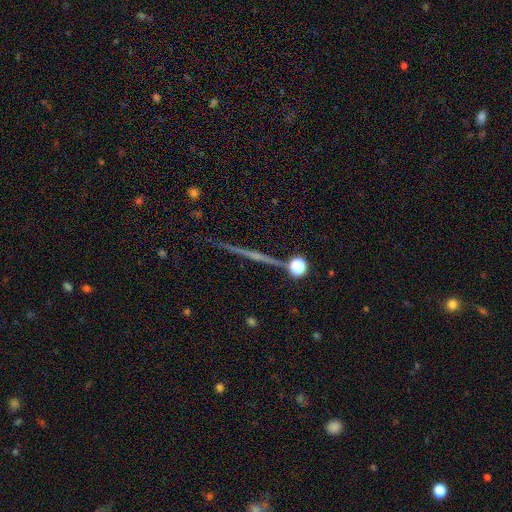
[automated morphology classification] A featured or disk galaxy (70%) viewed edge-on (98%) with no central bulge (59%).

Vote fractions:
- Smooth or featured? featured or disk: 70% / smooth: 18% / star or artifact: 12%
- Edge-on disk? yes: 98% / no: 2%
- Edge-on bulge? none: 59% / rounded: 34% / boxy: 8%
- Merging? none: 90% / minor disturbance: 6% / merger: 2% / major disturbance: 2%